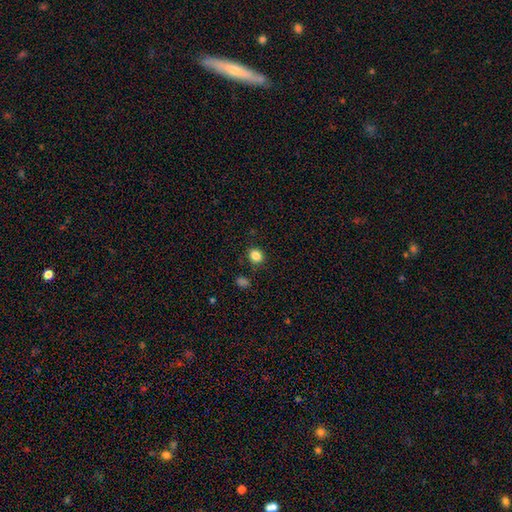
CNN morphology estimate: The model was most divided on "how rounded": round: 72%, in between: 27%, cigar-shaped: 1%. More confident: merging — none (87%); smooth or featured — smooth (84%).